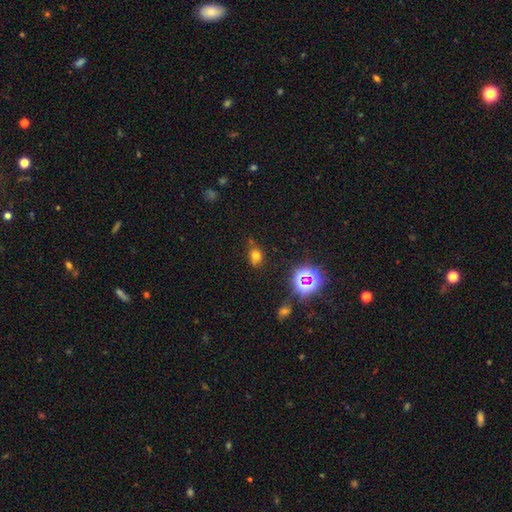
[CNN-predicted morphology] This appears to be a smooth galaxy with no disk features (65%) that is round (50%). Merging: none (70%).